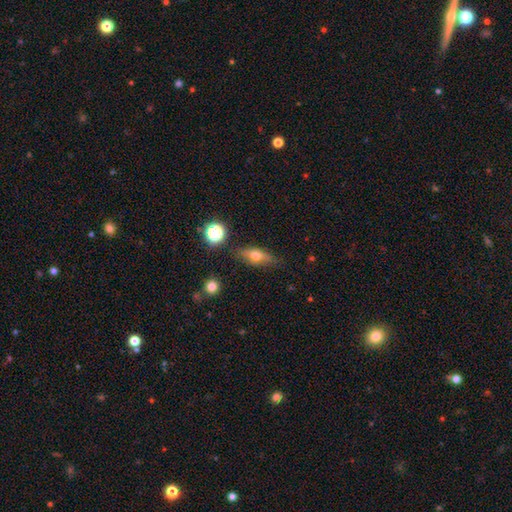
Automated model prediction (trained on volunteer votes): This appears to be a smooth galaxy with no disk features (55%) that is in between round and cigar-shaped (63%). Merging: none (77%).